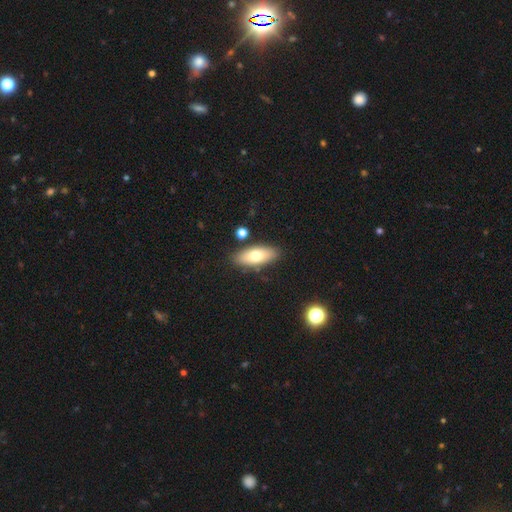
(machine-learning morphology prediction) Smooth or featured?
  - smooth: 71% *
  - featured or disk: 22%
  - star or artifact: 7%
How rounded?
  - in between: 79% *
  - cigar-shaped: 18%
  - round: 3%
Merging?
  - none: 83% *
  - minor disturbance: 10%
  - merger: 4%
  - major disturbance: 2%